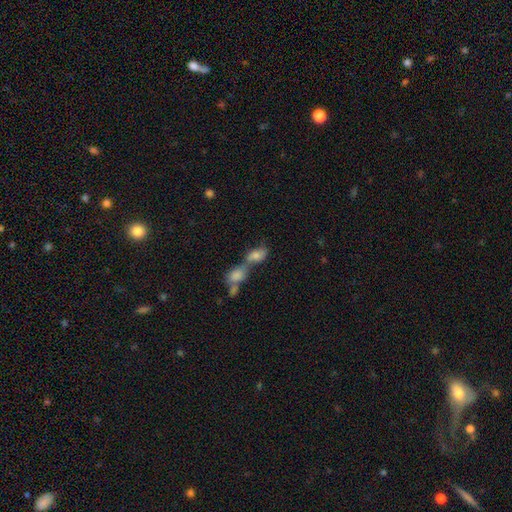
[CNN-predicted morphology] Smooth or featured?
  - smooth: 68% *
  - featured or disk: 20%
  - star or artifact: 12%
How rounded?
  - in between: 75% *
  - round: 19%
  - cigar-shaped: 7%
Merging?
  - merger: 69% *
  - none: 19%
  - minor disturbance: 7%
  - major disturbance: 5%